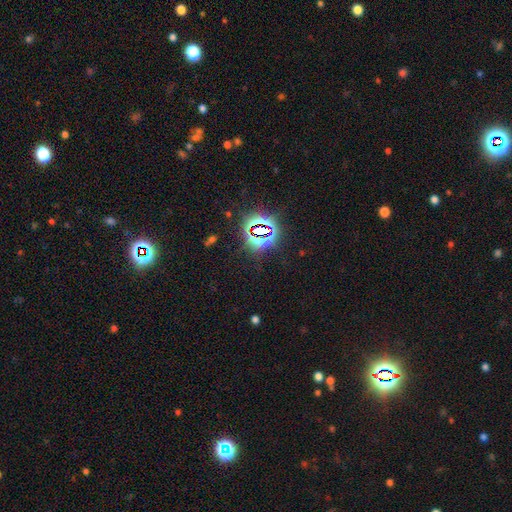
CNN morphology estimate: Q: Smooth or featured?
A: star or artifact (83%); runner-up: smooth (10%)